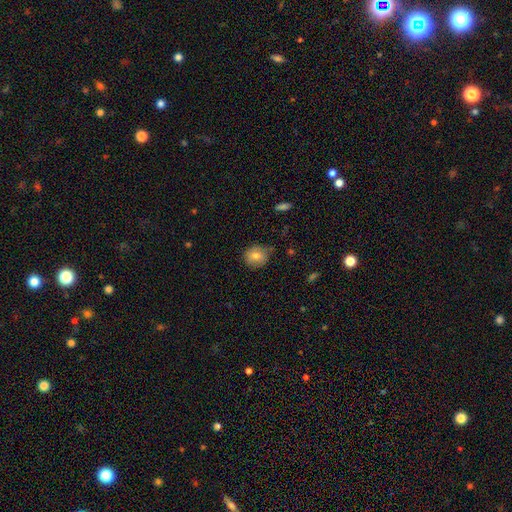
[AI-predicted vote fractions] Smooth or featured? smooth (74%)
How rounded? round (80%)
Merging? none (76%)